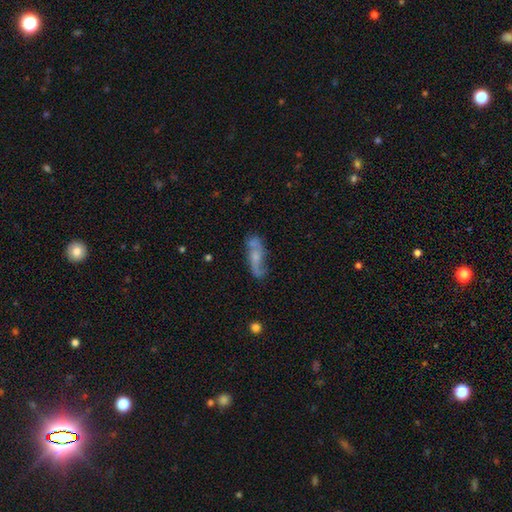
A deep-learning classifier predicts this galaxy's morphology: Smooth or featured? featured or disk (60%)
Edge-on disk? no (78%)
Merging? none (62%)